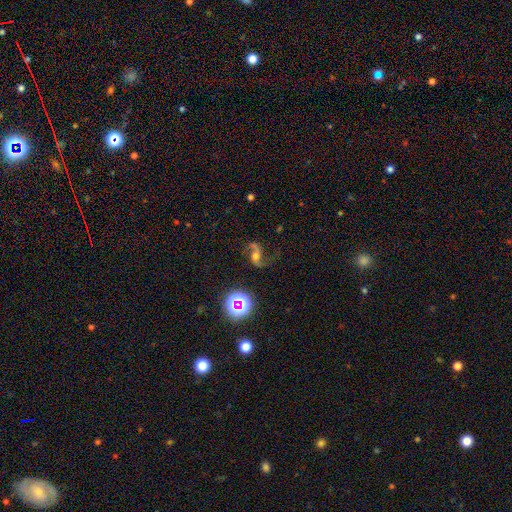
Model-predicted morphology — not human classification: This is likely a featured or disk galaxy (77%). It is clearly not viewed edge-on (96%). Bar: possibly no (51%). Spiral arm pattern: clearly yes (95%). Spiral arm count: clearly 2 (92%). Spiral winding: likely loose (78%). Central bulge: possibly moderate (55%). Merging: likely none (72%).